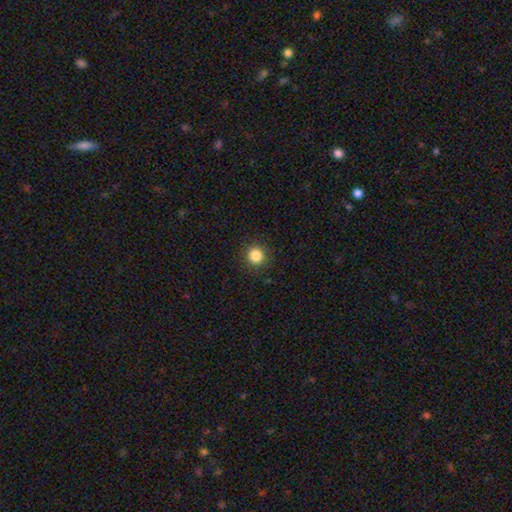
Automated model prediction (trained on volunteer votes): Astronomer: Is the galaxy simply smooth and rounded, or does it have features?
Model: smooth — 85%.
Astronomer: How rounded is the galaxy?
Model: round — 93%.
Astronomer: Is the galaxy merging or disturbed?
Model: none — 91%.